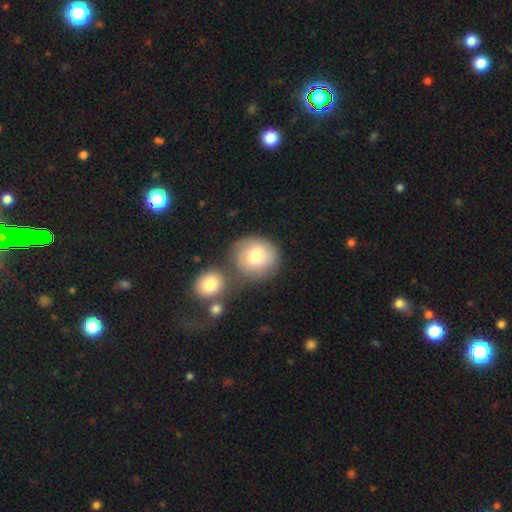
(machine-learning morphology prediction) The model was most divided on "merging": none: 58%, merger: 20%, minor disturbance: 16%, major disturbance: 6%. More confident: how rounded — round (86%); smooth or featured — smooth (76%).